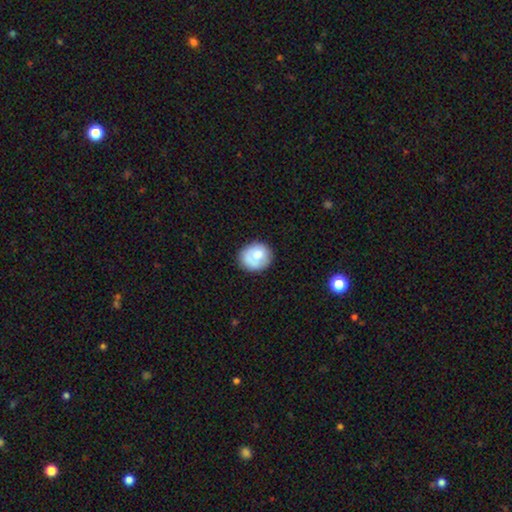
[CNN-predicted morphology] A smooth galaxy with no disk features (71%) that is round (70%).

Vote fractions:
- Smooth or featured? smooth: 71% / featured or disk: 22% / star or artifact: 7%
- How rounded? round: 70% / in between: 29% / cigar-shaped: 1%
- Merging? none: 67% / minor disturbance: 21% / major disturbance: 7% / merger: 4%